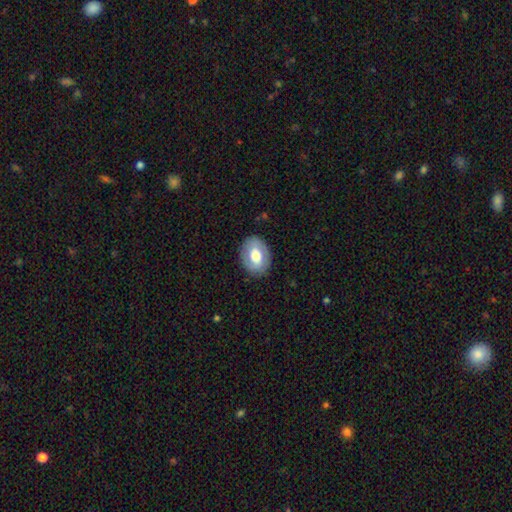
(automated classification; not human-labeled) Smooth or featured? smooth (59%)
How rounded? in between (74%)
Merging? none (84%)